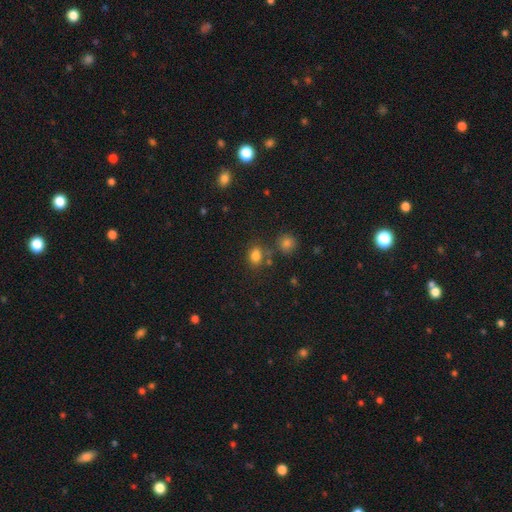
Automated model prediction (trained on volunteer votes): Smooth or featured? smooth (81%)
How rounded? in between (68%)
Merging? none (70%)